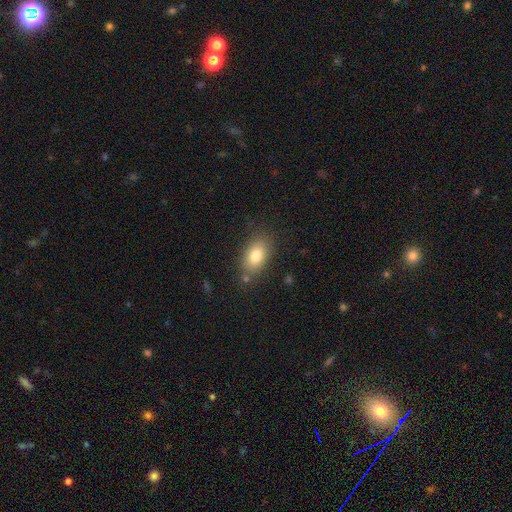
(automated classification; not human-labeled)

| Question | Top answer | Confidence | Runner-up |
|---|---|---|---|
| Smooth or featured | smooth | 80% | featured or disk (11%) |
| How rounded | in between | 87% | round (11%) |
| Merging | none | 78% | minor disturbance (14%) |